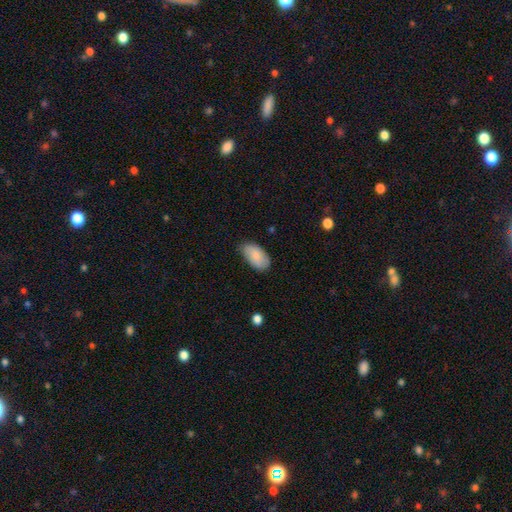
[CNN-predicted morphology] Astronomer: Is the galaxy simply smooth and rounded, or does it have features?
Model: smooth — 85%.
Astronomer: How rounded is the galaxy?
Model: in between — 95%.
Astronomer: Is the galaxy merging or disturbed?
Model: none — 71%.